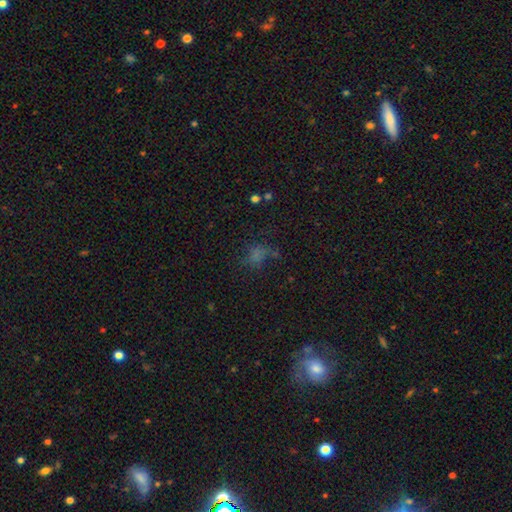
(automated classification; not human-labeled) Smooth or featured: smooth — 50% (star or artifact — 35%)
Merging: none — 51% (major disturbance — 21%)